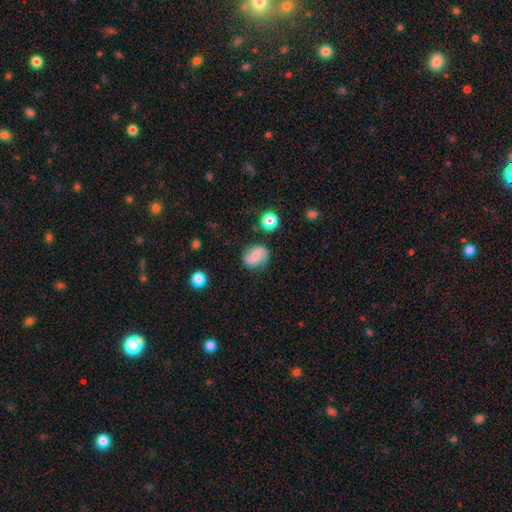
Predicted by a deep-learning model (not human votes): Smooth or featured?
  - featured or disk: 57% *
  - smooth: 34%
  - star or artifact: 9%
Edge-on disk?
  - no: 98% *
  - yes: 2%
Bar?
  - no: 50% *
  - weak: 40%
  - strong: 10%
Spiral arms?
  - yes: 92% *
  - no: 8%
Spiral winding?
  - loose: 46% *
  - medium: 39%
  - tight: 16%
Spiral arm count?
  - 2: 90% *
  - can't tell: 5%
  - 1: 2%
  - 3: 1%
  - 4: 1%
  - more than 4: 1%
Bulge size?
  - small: 42% *
  - moderate: 33%
  - none: 19%
  - large: 4%
  - dominant: 2%
Merging?
  - none: 77% *
  - minor disturbance: 16%
  - major disturbance: 4%
  - merger: 3%